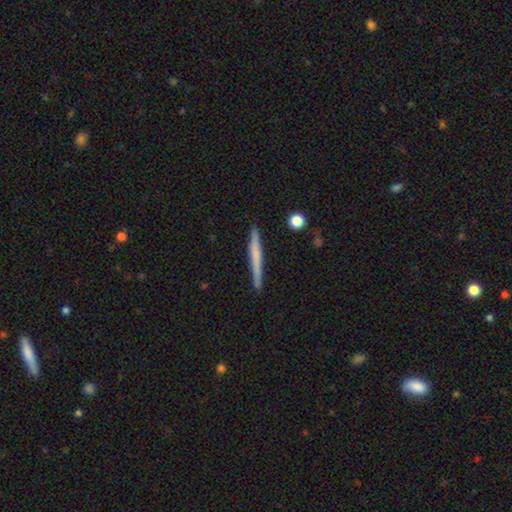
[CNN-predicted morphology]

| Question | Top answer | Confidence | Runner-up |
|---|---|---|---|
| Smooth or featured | smooth | 52% | featured or disk (42%) |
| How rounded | cigar-shaped | 96% | in between (2%) |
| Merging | none | 89% | minor disturbance (8%) |